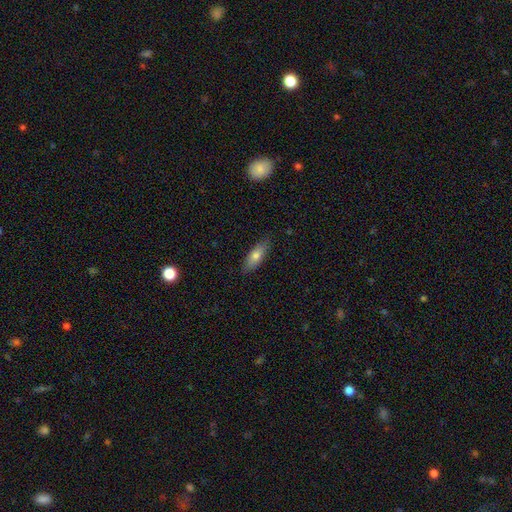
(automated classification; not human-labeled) The model was most divided on "how rounded": in between: 66%, cigar-shaped: 31%, round: 2%. More confident: merging — none (84%); smooth or featured — smooth (72%).